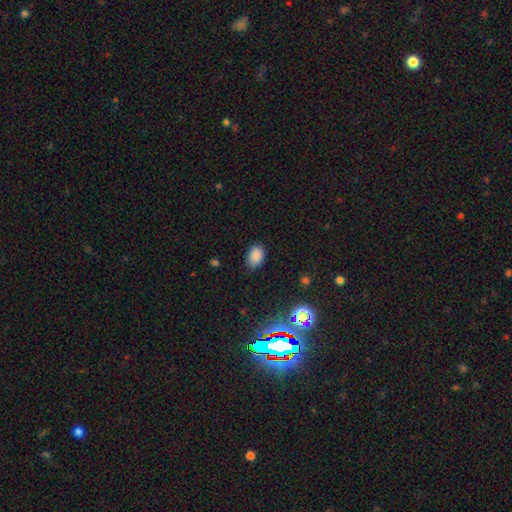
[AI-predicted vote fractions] Smooth or featured? Predicted: smooth (p=0.84). How rounded? Predicted: in between (p=0.81). Merging? Predicted: none (p=0.84).